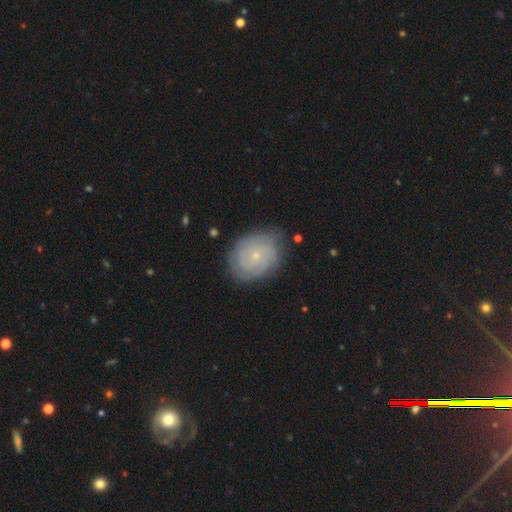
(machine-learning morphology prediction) Smooth or featured?
  - featured or disk: 67% *
  - smooth: 25%
  - star or artifact: 7%
Edge-on disk?
  - no: 97% *
  - yes: 3%
Bar?
  - no: 79% *
  - weak: 19%
  - strong: 3%
Spiral arms?
  - yes: 89% *
  - no: 11%
Spiral winding?
  - tight: 71% *
  - medium: 22%
  - loose: 6%
Spiral arm count?
  - can't tell: 42% *
  - 2: 22%
  - 3: 16%
  - 4: 10%
  - more than 4: 5%
  - 1: 5%
Bulge size?
  - small: 82% *
  - moderate: 14%
  - none: 2%
  - large: 1%
  - dominant: 1%
Merging?
  - none: 78% *
  - minor disturbance: 16%
  - major disturbance: 4%
  - merger: 1%